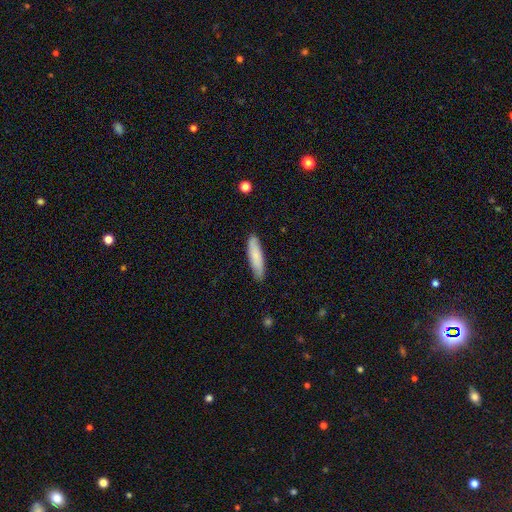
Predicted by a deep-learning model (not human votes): smooth-or-featured: smooth: 79% | featured or disk: 16% | star or artifact: 6%
  how-rounded: cigar-shaped: 79% | in between: 20% | round: 1%
  merging: none: 86% | minor disturbance: 12% | major disturbance: 2% | merger: 1%